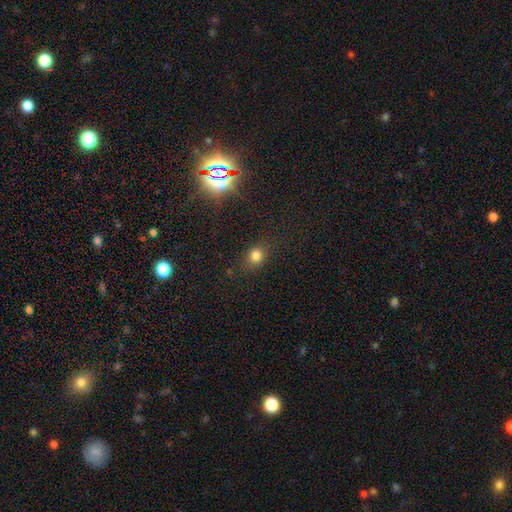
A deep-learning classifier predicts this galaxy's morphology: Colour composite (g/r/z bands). It shows a smooth galaxy with no disk features (77%) that is round (58%). Merging: none (80%).